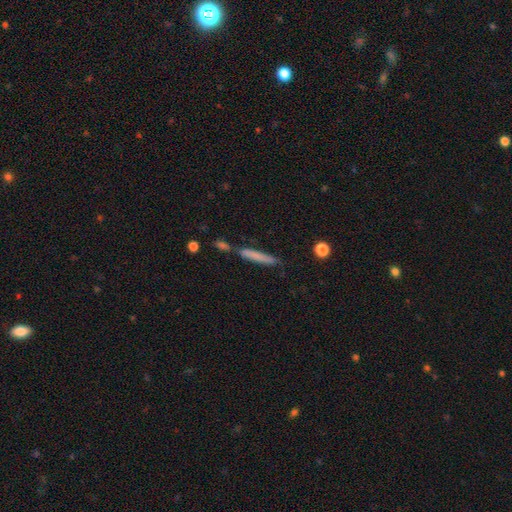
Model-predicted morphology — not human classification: Overall: smooth (71%). How rounded: cigar-shaped (93%). Merging: none (68%).